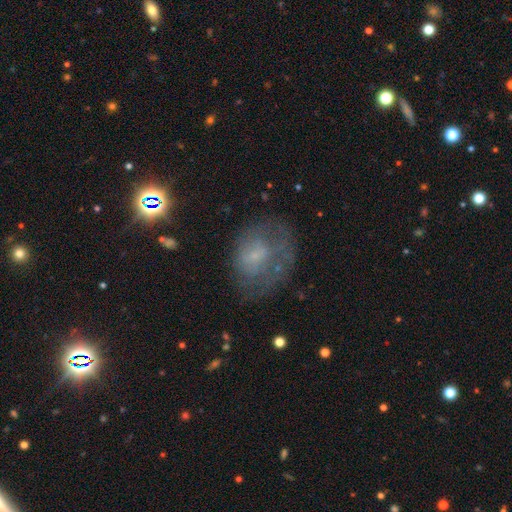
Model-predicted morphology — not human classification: This is marginally a smooth galaxy (42%, tied with featured or disk). Merging: possibly none (47%).